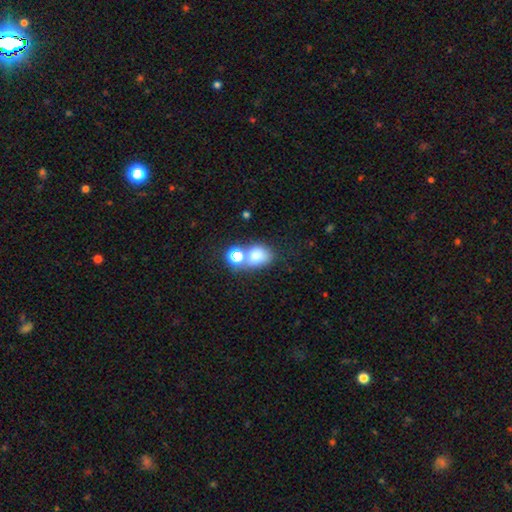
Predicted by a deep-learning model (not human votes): The model was most divided on "merging": none: 43%, merger: 38%, minor disturbance: 12%, major disturbance: 7%. More confident: smooth or featured — smooth (76%); how rounded — in between (52%).